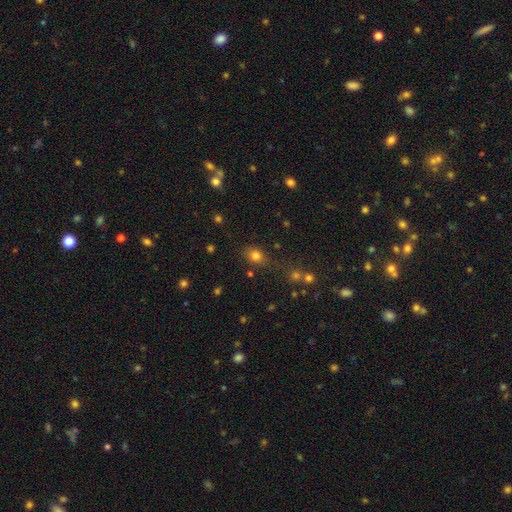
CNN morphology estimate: This is likely a smooth galaxy (78%). How rounded: possibly round (57%). Merging: likely none (71%).